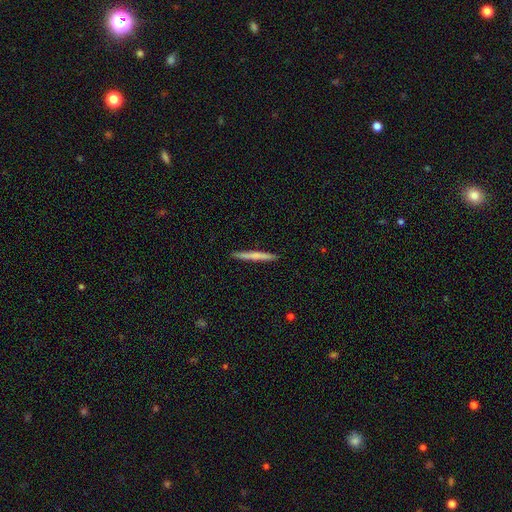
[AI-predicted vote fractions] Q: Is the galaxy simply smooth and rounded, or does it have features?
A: smooth — 64%.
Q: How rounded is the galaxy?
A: cigar-shaped — 97%.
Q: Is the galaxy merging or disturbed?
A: none — 92%.